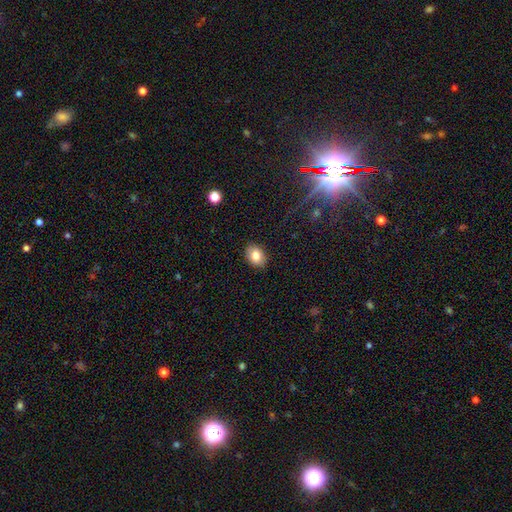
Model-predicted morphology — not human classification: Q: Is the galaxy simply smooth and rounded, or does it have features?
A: smooth — 81%.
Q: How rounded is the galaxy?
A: in between — 73%.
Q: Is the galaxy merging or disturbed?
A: none — 89%.